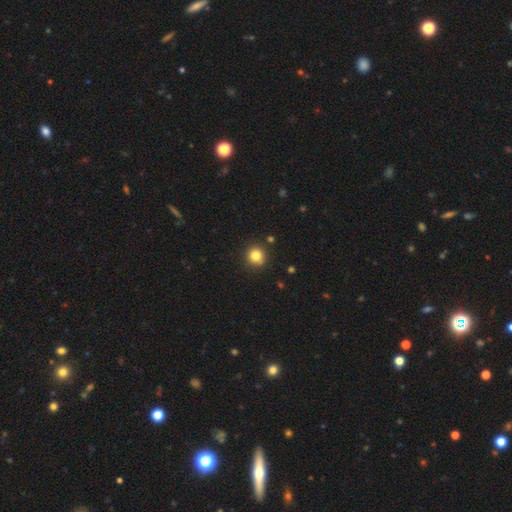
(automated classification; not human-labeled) Overall: smooth (82%). How rounded: round (93%). Merging: none (88%).